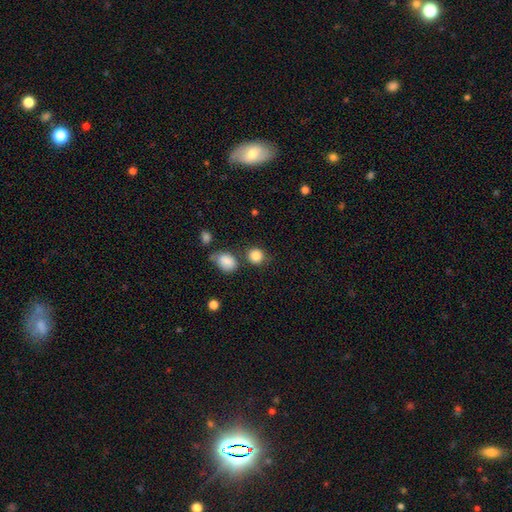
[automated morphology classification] smooth 86%, star or artifact 10%, featured or disk 5%. Down the decision tree: how rounded — round (82%); merging — none (73%).